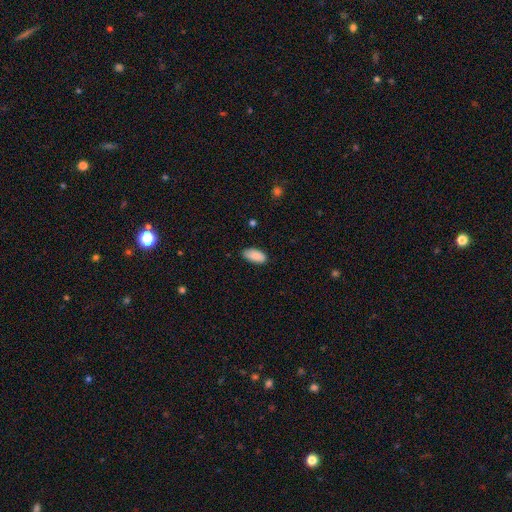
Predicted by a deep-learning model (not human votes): This is clearly a smooth galaxy (89%). How rounded: clearly in between (93%). Merging: clearly none (82%).